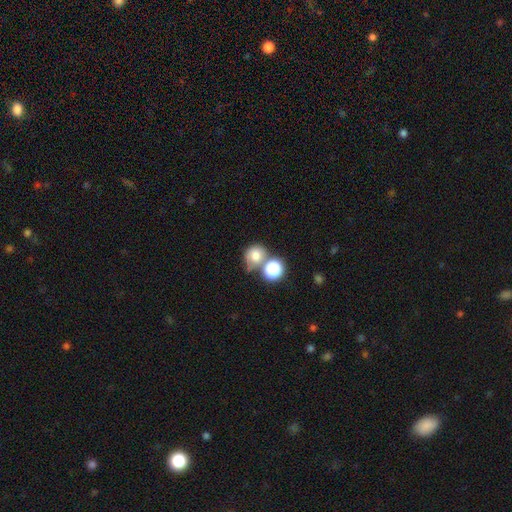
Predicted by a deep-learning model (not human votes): Smooth or featured? smooth (71%)
How rounded? round (75%)
Merging? none (42%)